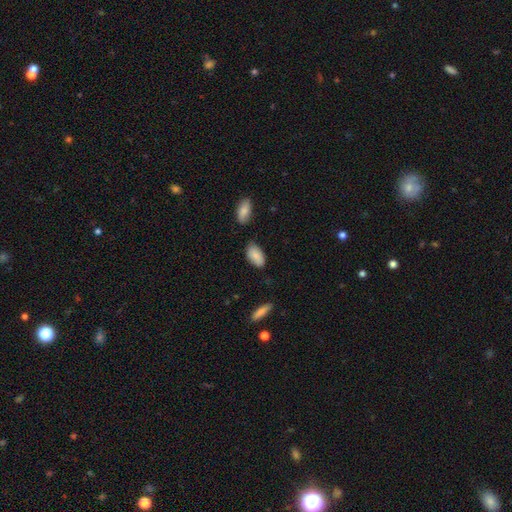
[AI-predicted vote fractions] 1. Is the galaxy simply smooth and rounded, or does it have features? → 86% smooth, 7% featured or disk, 7% star or artifact.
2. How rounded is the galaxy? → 94% in between, 3% cigar-shaped, 3% round.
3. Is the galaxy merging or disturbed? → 70% none, 22% minor disturbance, 4% merger, 4% major disturbance.